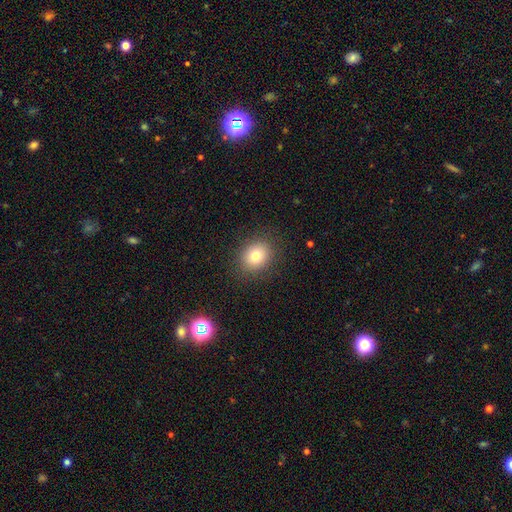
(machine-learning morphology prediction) This appears to be a smooth galaxy with no disk features (77%) that is round (66%). Merging: none (88%).